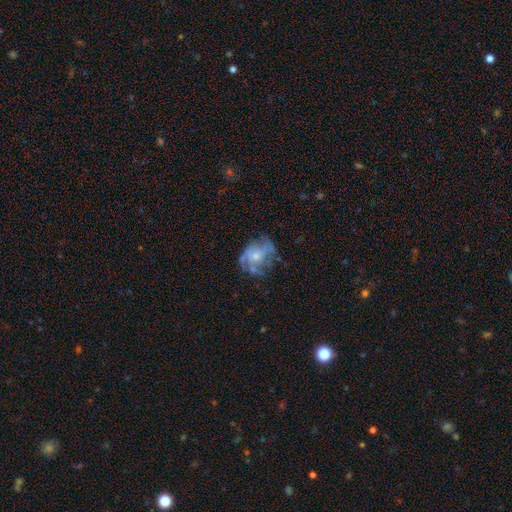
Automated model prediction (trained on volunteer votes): Smooth or featured? Predicted: featured or disk (p=0.65). Edge-on disk? Predicted: no (p=0.97). Bar? Predicted: no (p=0.80). Spiral arms? Predicted: yes (p=0.57). Bulge size? Predicted: small (p=0.53). Merging? Predicted: none (p=0.54).